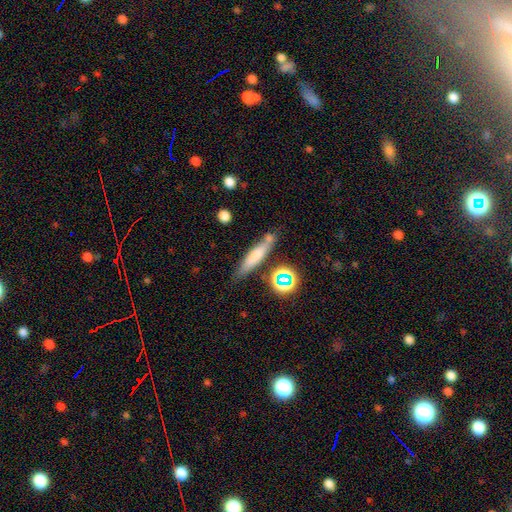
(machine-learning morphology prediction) This is likely a smooth galaxy (64%). How rounded: clearly cigar-shaped (81%). Merging: likely none (67%).